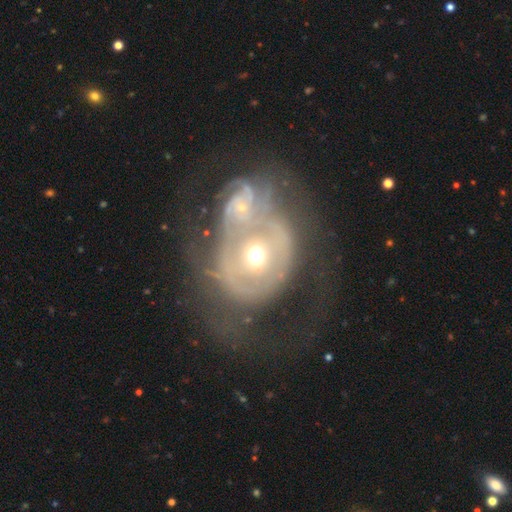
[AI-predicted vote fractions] Smooth or featured? featured or disk (70%)
Edge-on disk? no (96%)
Bar? no (75%)
Spiral arms? no (51%)
Bulge size? moderate (60%)
Merging? merger (55%)